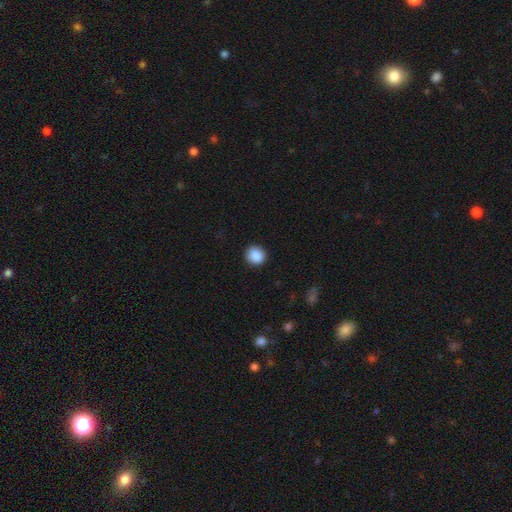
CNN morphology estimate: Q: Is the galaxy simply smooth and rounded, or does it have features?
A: smooth — 89%.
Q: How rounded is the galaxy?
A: round — 87%.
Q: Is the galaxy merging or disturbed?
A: none — 91%.